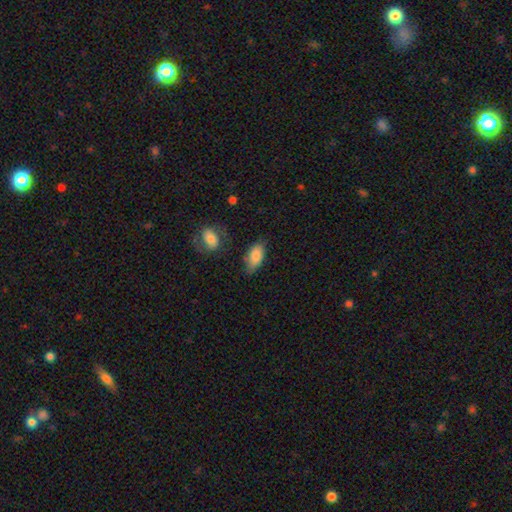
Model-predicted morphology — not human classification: Overall: smooth (84%). How rounded: in between (92%). Merging: none (69%).